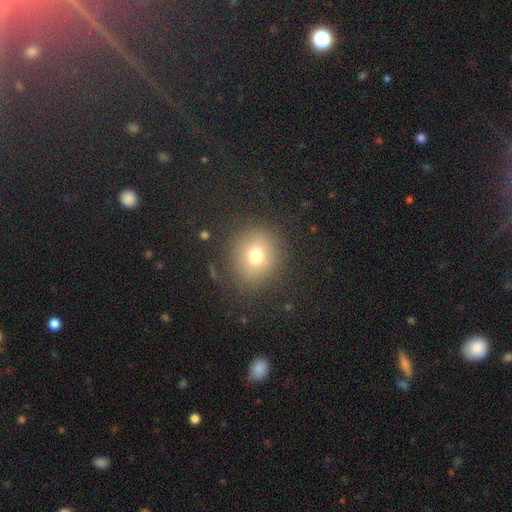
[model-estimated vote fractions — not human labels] smooth-or-featured: smooth: 71% | star or artifact: 15% | featured or disk: 14%
  how-rounded: round: 79% | in between: 20% | cigar-shaped: 1%
  merging: none: 84% | minor disturbance: 10% | major disturbance: 5% | merger: 1%